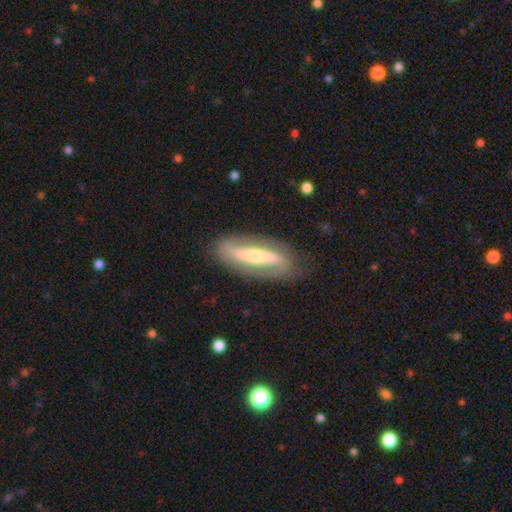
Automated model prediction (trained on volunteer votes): Morphology: type=featured or disk (75%); edge-on=no (74%); bar=strong (56%); spiral arms=yes (77%); bulge=moderate (52%); merging=none (85%).